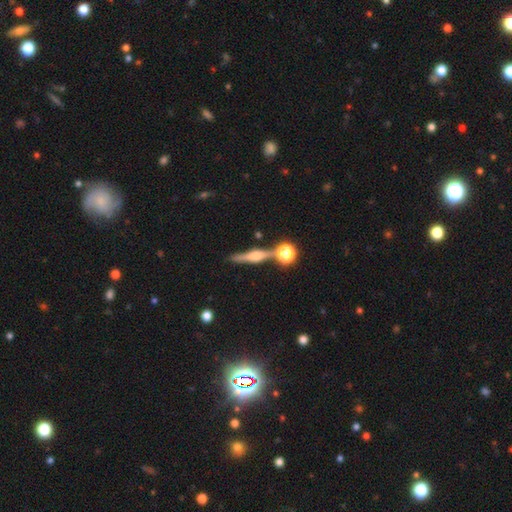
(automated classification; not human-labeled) A featured or disk galaxy (70%) viewed edge-on (96%) with a rounded central bulge (84%).

Vote fractions:
- Smooth or featured? featured or disk: 70% / smooth: 20% / star or artifact: 10%
- Edge-on disk? yes: 96% / no: 4%
- Edge-on bulge? rounded: 84% / boxy: 11% / none: 5%
- Merging? none: 77% / merger: 11% / minor disturbance: 9% / major disturbance: 3%